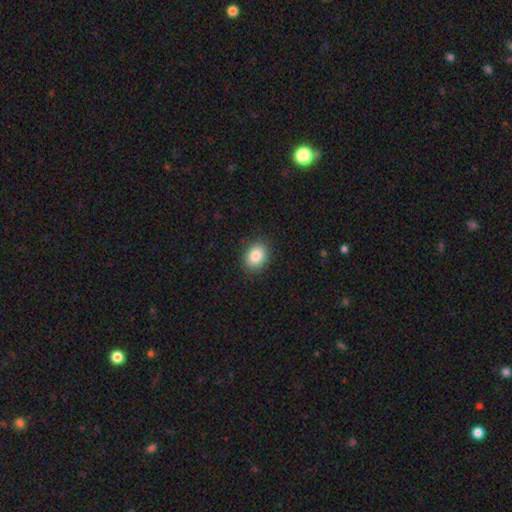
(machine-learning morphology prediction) smooth-or-featured: smooth: 86% | star or artifact: 8% | featured or disk: 6%
  how-rounded: in between: 70% | round: 29% | cigar-shaped: 1%
  merging: none: 88% | minor disturbance: 8% | major disturbance: 2% | merger: 1%